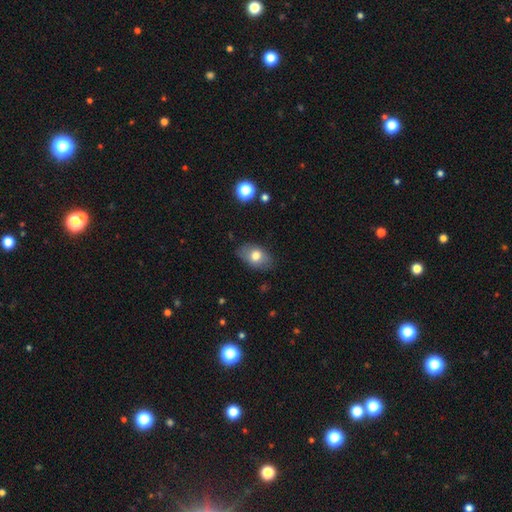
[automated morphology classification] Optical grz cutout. It shows a smooth galaxy with no disk features (74%) that is in between round and cigar-shaped (86%). Merging: none (79%).